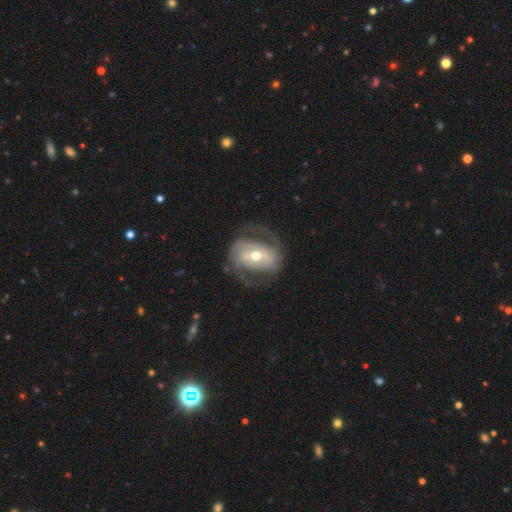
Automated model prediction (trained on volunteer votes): featured or disk 82%, smooth 13%, star or artifact 5%. Down the decision tree: edge-on disk — no (96%); bar — strong (41%); spiral arms — yes (84%); spiral arm count — 2 (82%); spiral winding — medium (46%); bulge size — moderate (61%); merging — none (67%).